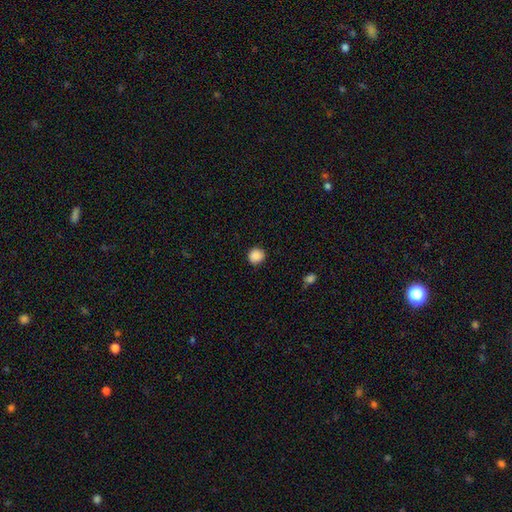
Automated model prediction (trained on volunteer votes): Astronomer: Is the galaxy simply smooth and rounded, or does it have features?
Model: smooth — 88%.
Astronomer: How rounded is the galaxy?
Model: round — 92%.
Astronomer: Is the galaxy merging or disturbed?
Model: none — 91%.